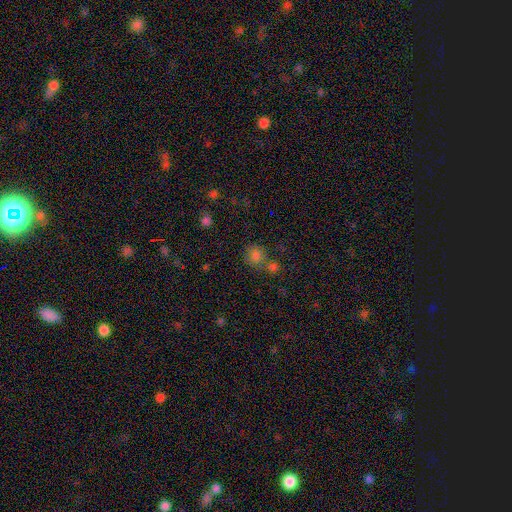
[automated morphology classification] Smooth or featured: smooth — 77% (star or artifact — 16%)
How rounded: round — 81% (in between — 18%)
Merging: none — 55% (merger — 29%)